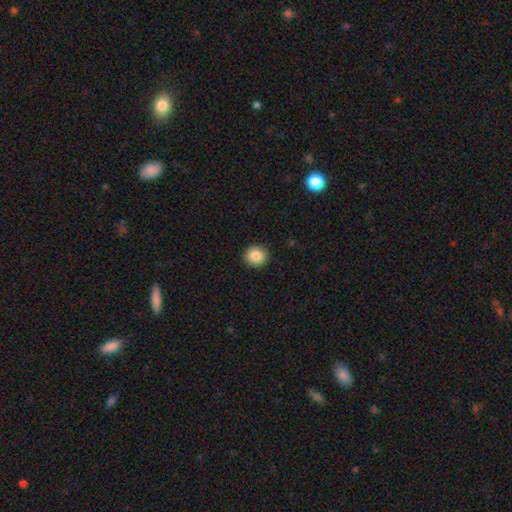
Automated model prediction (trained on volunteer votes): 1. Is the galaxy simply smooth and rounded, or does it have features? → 85% smooth, 9% star or artifact, 6% featured or disk.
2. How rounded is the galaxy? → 89% round, 10% in between, 1% cigar-shaped.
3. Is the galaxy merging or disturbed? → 92% none, 5% minor disturbance, 2% major disturbance, 1% merger.